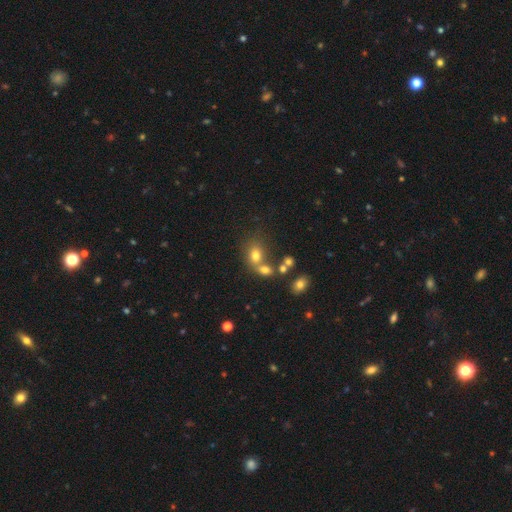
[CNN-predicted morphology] A smooth galaxy with no disk features (71%) that is in between round and cigar-shaped (52%).

Vote fractions:
- Smooth or featured? smooth: 71% / star or artifact: 15% / featured or disk: 14%
- How rounded? in between: 52% / round: 46% / cigar-shaped: 1%
- Merging? merger: 43% / none: 41% / minor disturbance: 11% / major disturbance: 6%